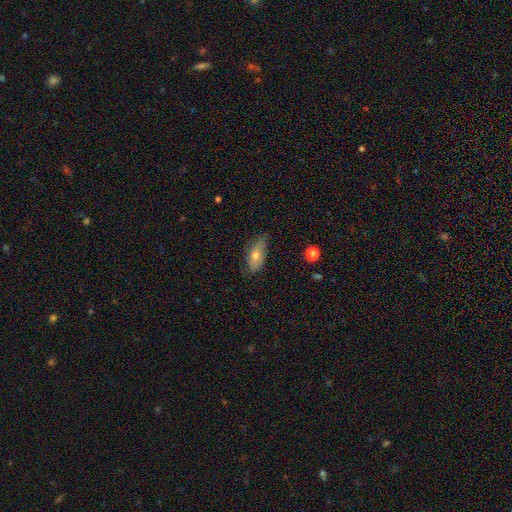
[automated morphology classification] Smooth or featured? smooth (60%)
How rounded? in between (81%)
Merging? none (67%)